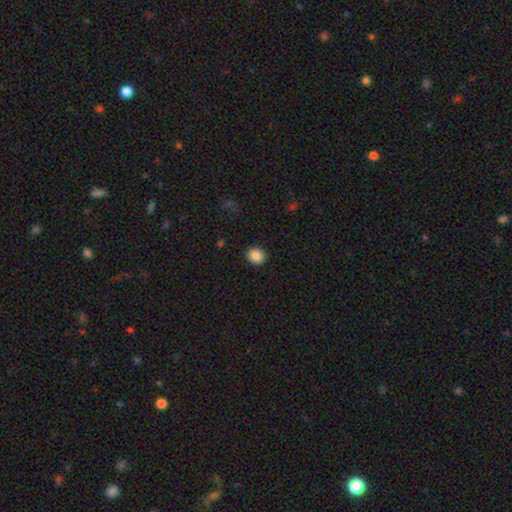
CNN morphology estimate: smooth 87%, star or artifact 9%, featured or disk 4%. Down the decision tree: how rounded — round (66%); merging — none (90%).